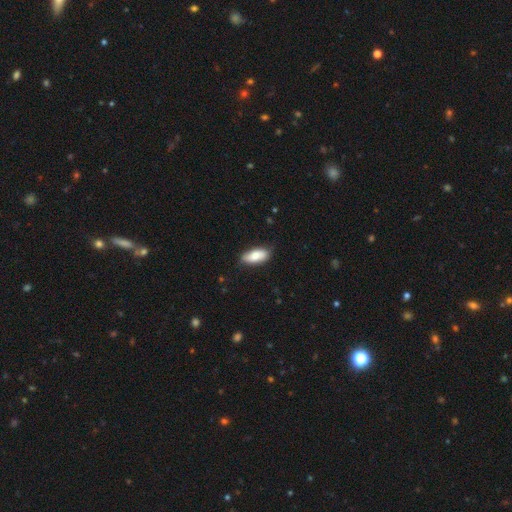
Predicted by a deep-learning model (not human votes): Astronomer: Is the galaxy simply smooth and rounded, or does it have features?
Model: smooth — 80%.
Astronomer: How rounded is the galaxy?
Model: in between — 86%.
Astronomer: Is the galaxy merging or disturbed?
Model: none — 81%.